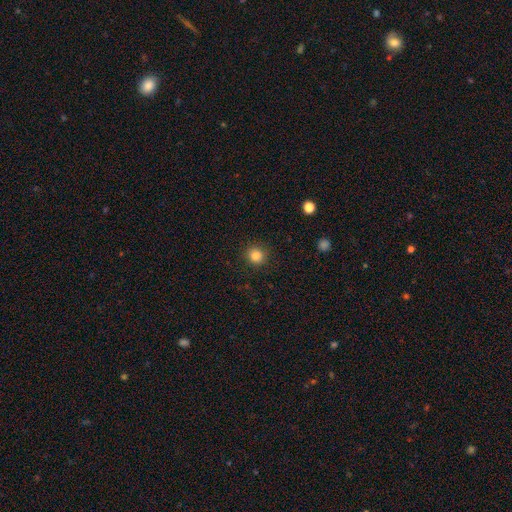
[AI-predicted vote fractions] smooth 84%, star or artifact 11%, featured or disk 5%. Down the decision tree: how rounded — round (90%); merging — none (90%).